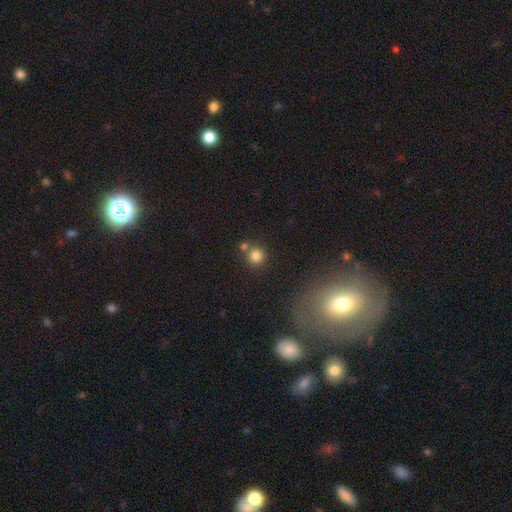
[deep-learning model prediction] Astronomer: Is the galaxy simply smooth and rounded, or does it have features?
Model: smooth — 82%.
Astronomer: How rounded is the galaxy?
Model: round — 93%.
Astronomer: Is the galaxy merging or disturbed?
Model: none — 71%.